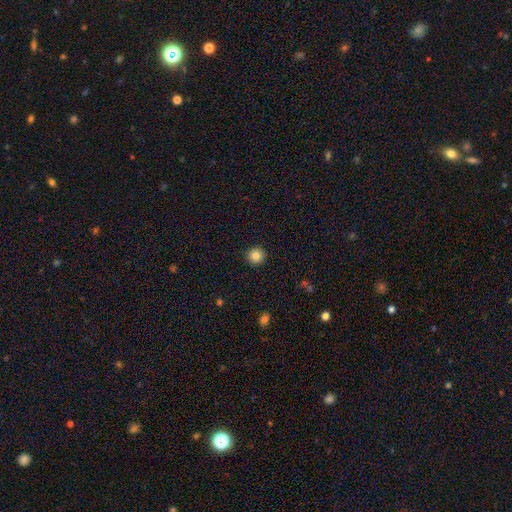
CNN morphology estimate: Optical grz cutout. It shows a smooth galaxy with no disk features (84%) that is round (95%). Merging: none (93%).